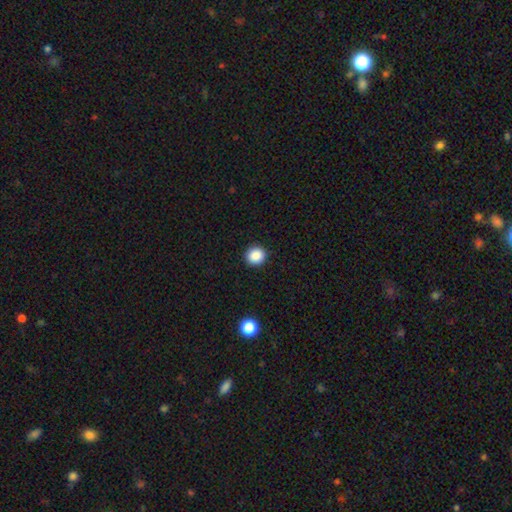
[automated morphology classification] type=smooth (88%); roundness=round (89%); merging=none (92%).